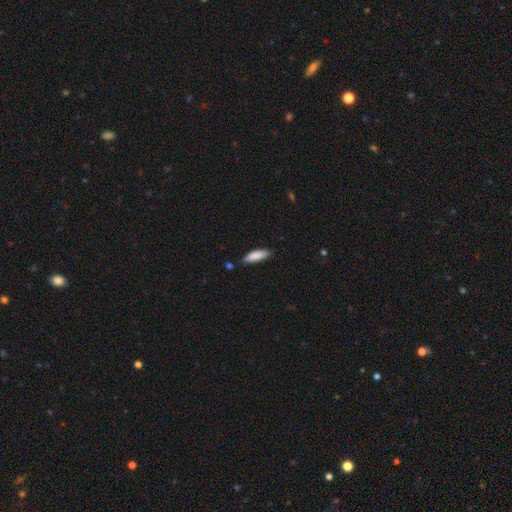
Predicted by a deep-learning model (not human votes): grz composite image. It shows a smooth galaxy with no disk features (87%) that is cigar-shaped (56%). Merging: none (79%).